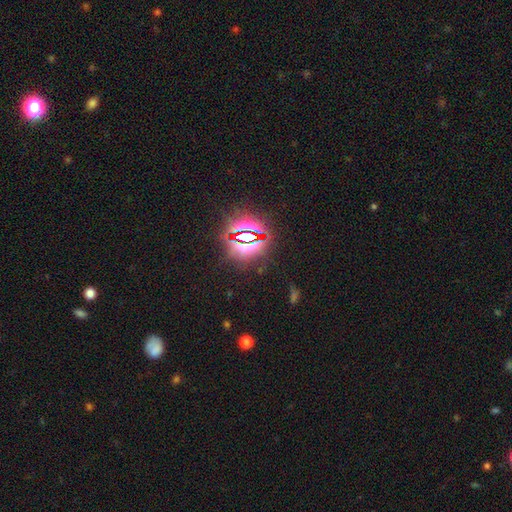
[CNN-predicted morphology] smooth-or-featured: star or artifact: 82% | smooth: 10% | featured or disk: 7%